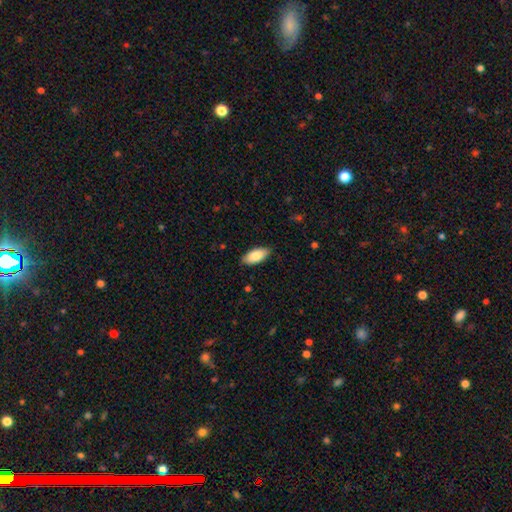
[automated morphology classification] Smooth or featured?
  - smooth: 84% *
  - featured or disk: 10%
  - star or artifact: 6%
How rounded?
  - in between: 89% *
  - cigar-shaped: 9%
  - round: 2%
Merging?
  - none: 88% *
  - minor disturbance: 9%
  - major disturbance: 2%
  - merger: 1%